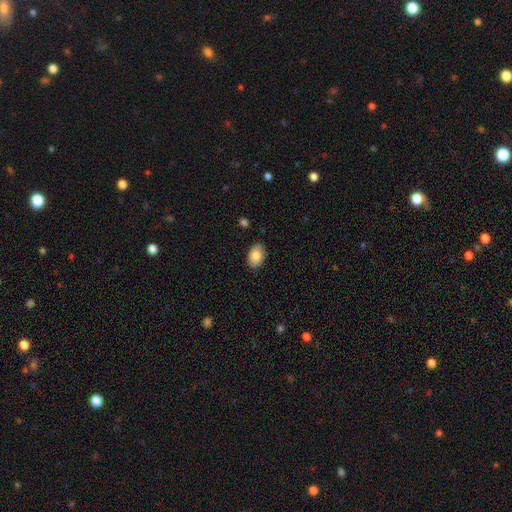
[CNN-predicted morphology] This is clearly a smooth galaxy (86%). How rounded: clearly in between (90%). Merging: clearly none (86%).